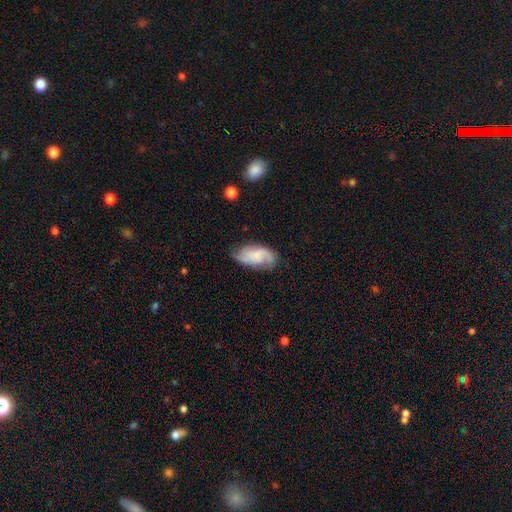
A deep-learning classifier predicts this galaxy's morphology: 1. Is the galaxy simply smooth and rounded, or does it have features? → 46% smooth (tied), 46% featured or disk (tied), 8% star or artifact.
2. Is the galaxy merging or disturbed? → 59% none, 29% minor disturbance, 10% major disturbance, 2% merger.